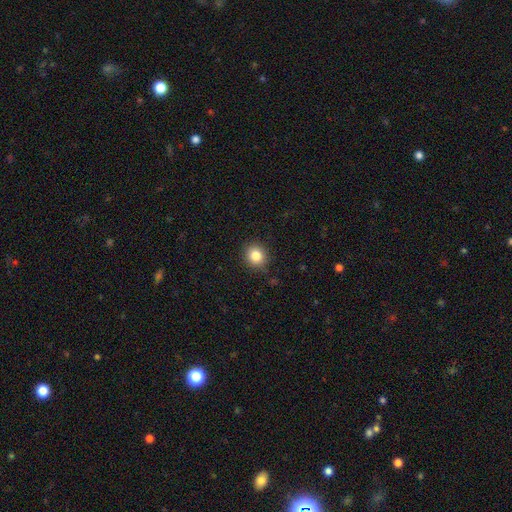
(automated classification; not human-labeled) This appears to be a smooth galaxy with no disk features (84%) that is round (81%). Merging: none (88%).